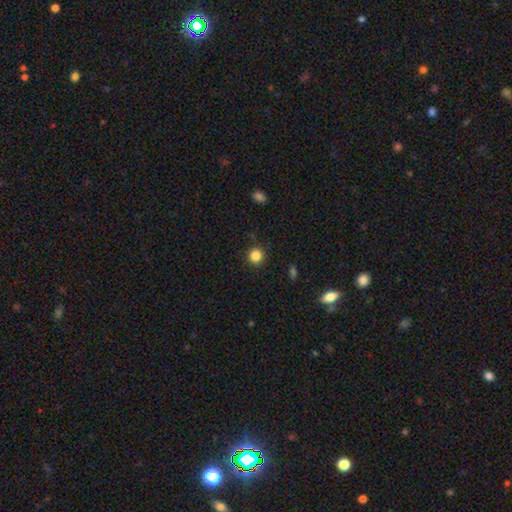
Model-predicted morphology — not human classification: Smooth or featured? Predicted: smooth (p=0.84). How rounded? Predicted: round (p=0.93). Merging? Predicted: none (p=0.91).